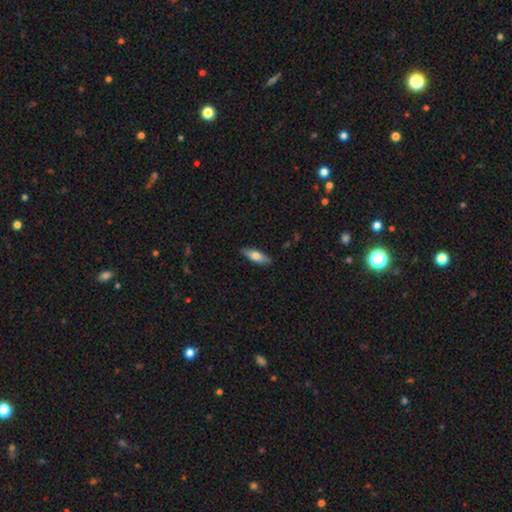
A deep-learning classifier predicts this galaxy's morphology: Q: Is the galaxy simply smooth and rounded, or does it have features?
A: smooth — 67%.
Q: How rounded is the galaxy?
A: in between — 57%.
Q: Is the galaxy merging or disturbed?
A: none — 88%.